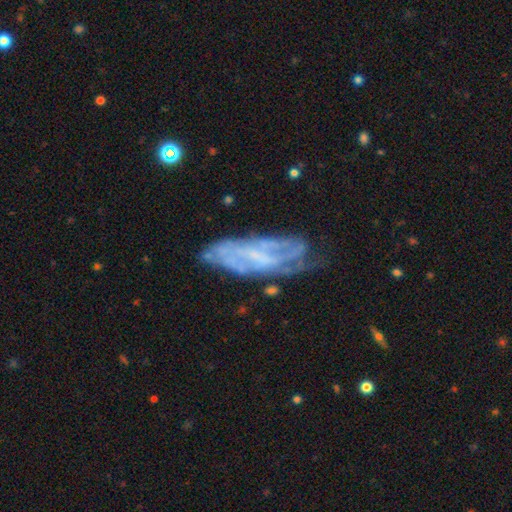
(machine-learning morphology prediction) type=featured or disk (71%); edge-on=no (83%); bar=no (44%); spiral arms=yes (60%); bulge=none (48%); merging=none (49%).